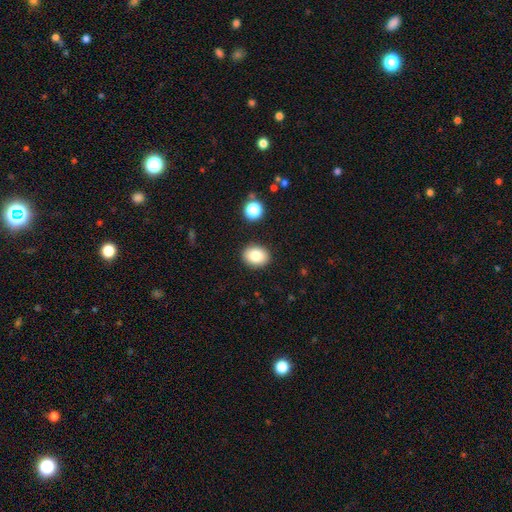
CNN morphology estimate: Smooth or featured? Predicted: smooth (p=0.82). How rounded? Predicted: in between (p=0.54). Merging? Predicted: none (p=0.89).